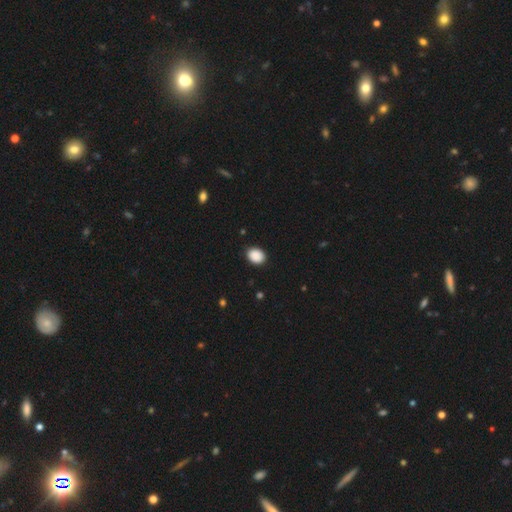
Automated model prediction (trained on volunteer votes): Q: Smooth or featured?
A: smooth (90%); runner-up: star or artifact (8%)
Q: How rounded?
A: in between (61%); runner-up: round (38%)
Q: Merging?
A: none (88%); runner-up: minor disturbance (9%)